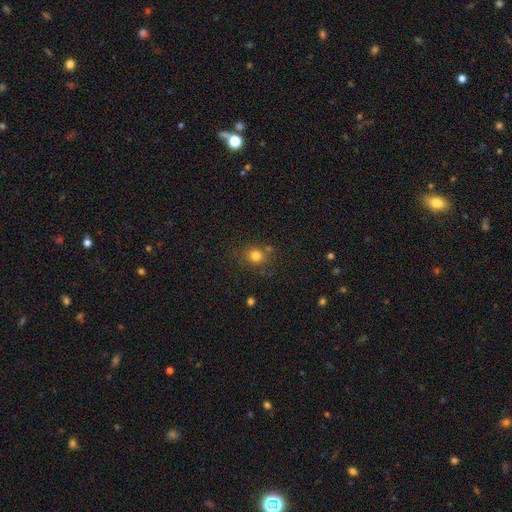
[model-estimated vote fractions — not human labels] Smooth or featured? smooth (79%)
How rounded? round (83%)
Merging? none (74%)